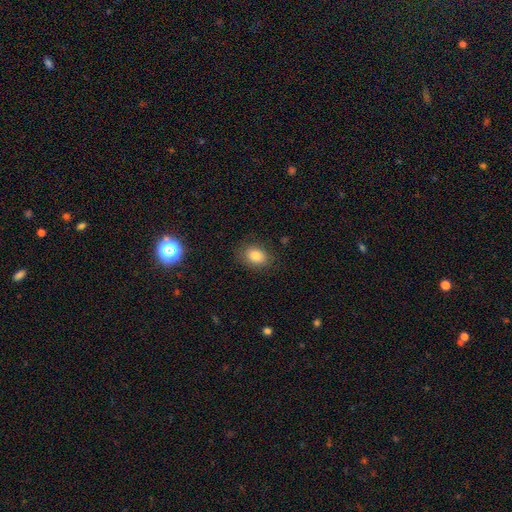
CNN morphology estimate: smooth_or_featured: smooth (p=0.83) [alt: star or artifact p=0.10]
how_rounded: in between (p=0.67) [alt: round p=0.32]
merging: none (p=0.83) [alt: minor disturbance p=0.12]